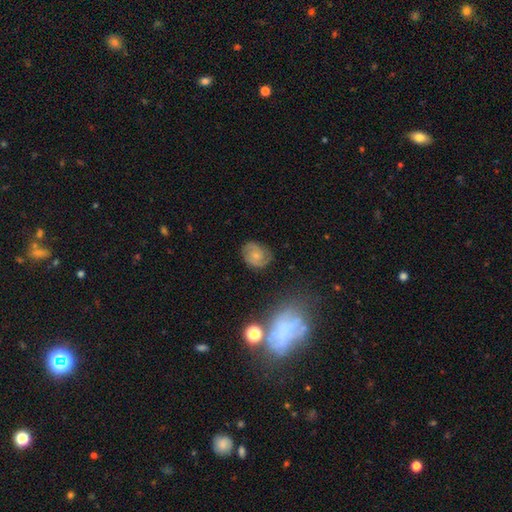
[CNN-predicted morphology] The model was most divided on "spiral winding": tight: 47%, medium: 41%, loose: 12%. More confident: edge-on disk — no (97%); spiral arms — yes (93%); merging — none (75%); bar — no (70%); spiral arm count — 2 (68%); smooth or featured — featured or disk (65%); bulge size — small (63%).